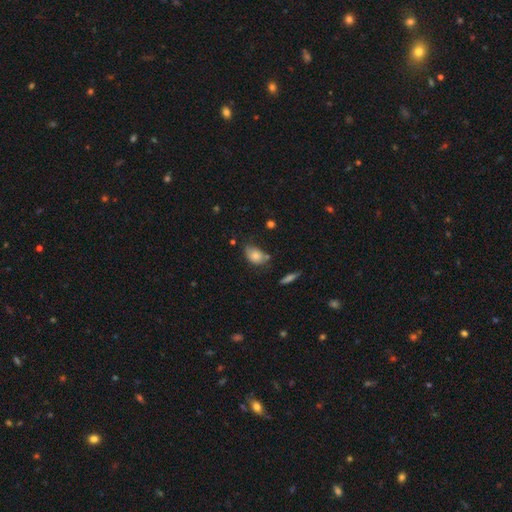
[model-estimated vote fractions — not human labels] A smooth galaxy with no disk features (78%) that is in between round and cigar-shaped (81%).

Vote fractions:
- Smooth or featured? smooth: 78% / featured or disk: 13% / star or artifact: 9%
- How rounded? in between: 81% / round: 17% / cigar-shaped: 2%
- Merging? none: 46% / minor disturbance: 36% / major disturbance: 10% / merger: 8%